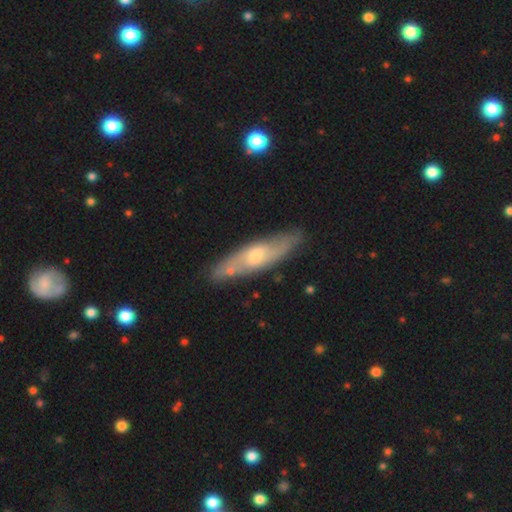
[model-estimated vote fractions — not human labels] A featured or disk galaxy (58%). Merging: none (79%).